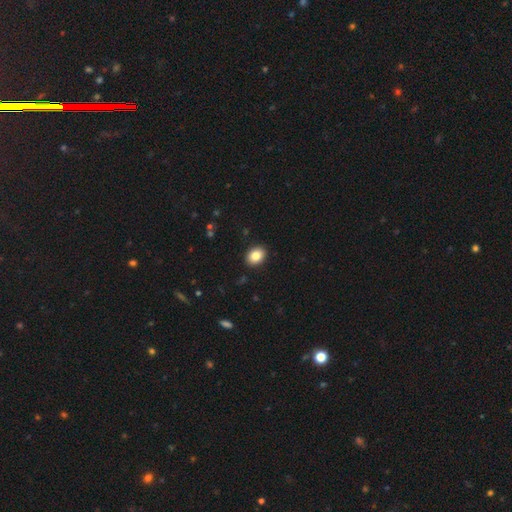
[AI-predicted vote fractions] Smooth or featured: smooth — 85% (star or artifact — 9%)
How rounded: in between — 64% (round — 35%)
Merging: none — 91% (minor disturbance — 6%)